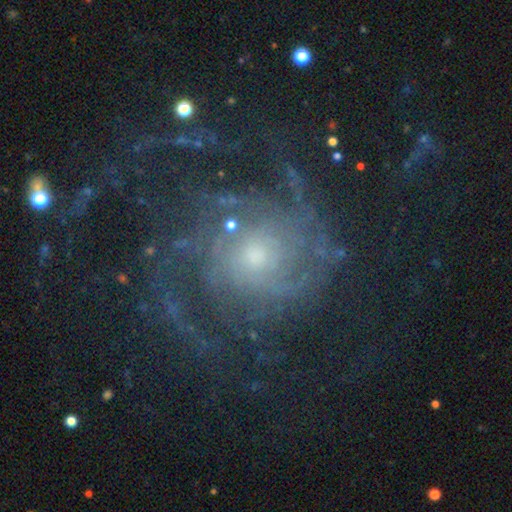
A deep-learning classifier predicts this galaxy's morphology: Smooth or featured?
  - featured or disk: 81% *
  - star or artifact: 12%
  - smooth: 7%
Edge-on disk?
  - no: 98% *
  - yes: 2%
Bar?
  - no: 76% *
  - weak: 19%
  - strong: 5%
Spiral arms?
  - yes: 95% *
  - no: 5%
Spiral winding?
  - tight: 48% *
  - medium: 37%
  - loose: 15%
Spiral arm count?
  - can't tell: 28% *
  - 2: 21%
  - 3: 18%
  - 4: 13%
  - more than 4: 10%
  - 1: 9%
Bulge size?
  - small: 53% *
  - moderate: 38%
  - large: 4%
  - none: 2%
  - dominant: 1%
Merging?
  - none: 63% *
  - major disturbance: 20%
  - minor disturbance: 15%
  - merger: 2%